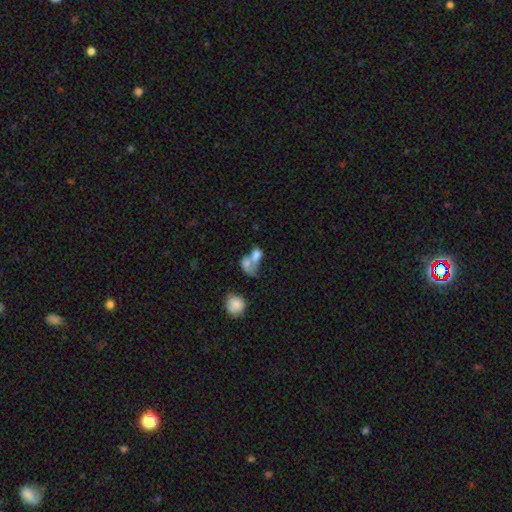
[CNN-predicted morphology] Smooth or featured? Predicted: smooth (p=0.66). How rounded? Predicted: in between (p=0.65). Merging? Predicted: merger (p=0.71).